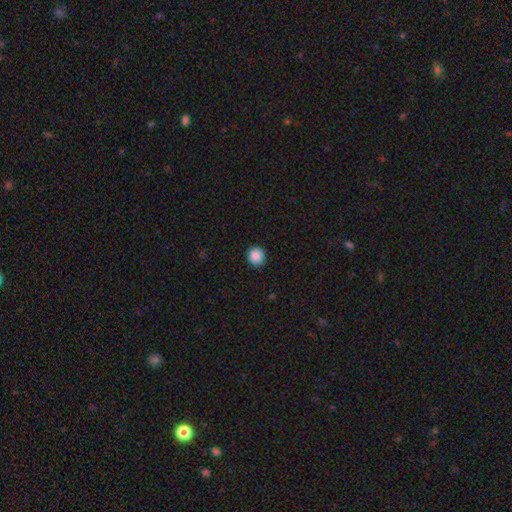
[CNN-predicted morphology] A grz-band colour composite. It shows a smooth galaxy with no disk features (89%) that is round (87%). Merging: none (91%).